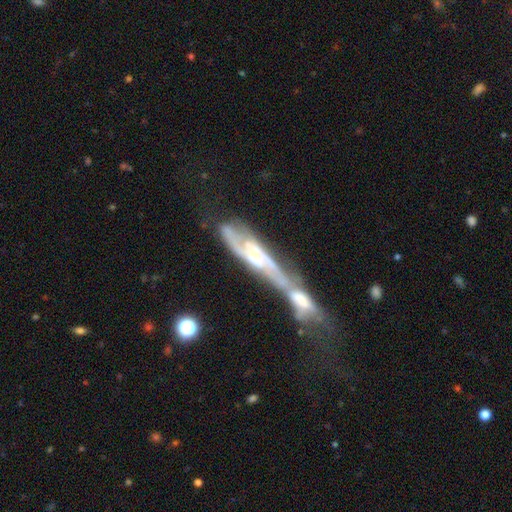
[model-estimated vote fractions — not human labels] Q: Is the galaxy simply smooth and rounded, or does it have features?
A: featured or disk — 76%.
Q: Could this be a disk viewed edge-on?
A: no — 72%.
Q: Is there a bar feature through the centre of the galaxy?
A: no — 53%.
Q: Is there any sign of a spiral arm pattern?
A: yes — 80%.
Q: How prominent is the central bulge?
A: small — 44%.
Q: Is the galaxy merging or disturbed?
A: merger — 66%.